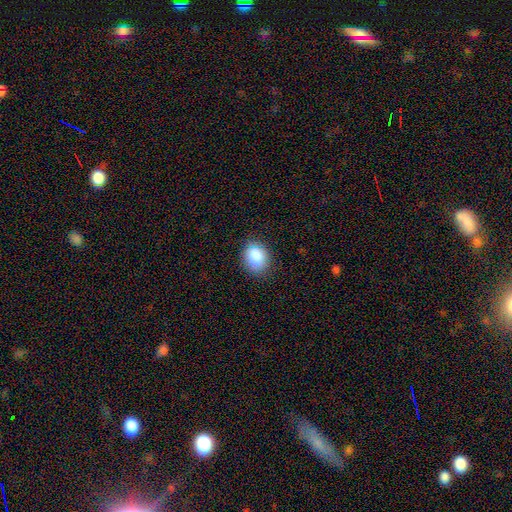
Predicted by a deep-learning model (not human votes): Smooth or featured: smooth — 87% (star or artifact — 8%)
How rounded: in between — 55% (round — 44%)
Merging: none — 82% (minor disturbance — 14%)